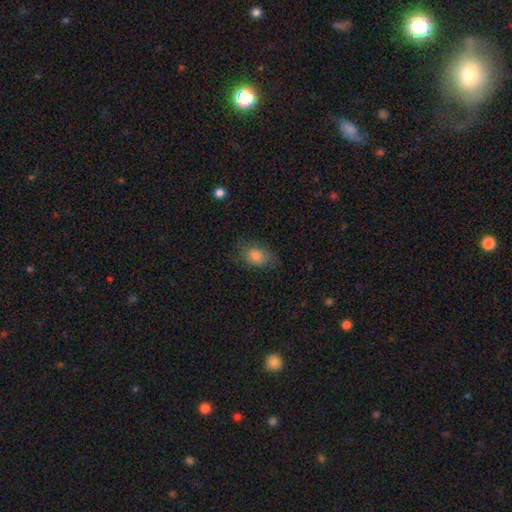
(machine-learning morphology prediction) smooth_or_featured: smooth (p=0.80) [alt: featured or disk p=0.11]
how_rounded: in between (p=0.76) [alt: round p=0.22]
merging: none (p=0.71) [alt: minor disturbance p=0.21]